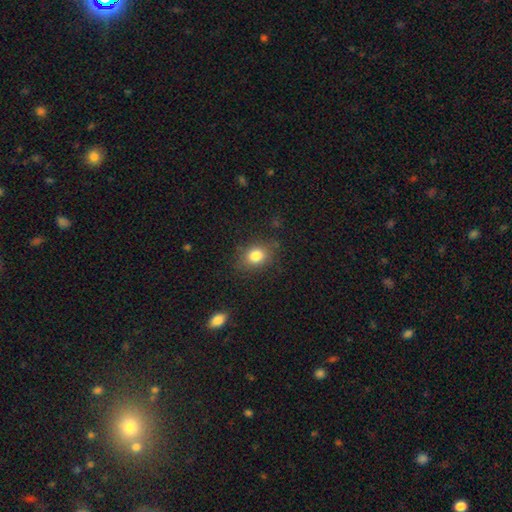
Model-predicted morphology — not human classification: smooth-or-featured: smooth: 82% | star or artifact: 10% | featured or disk: 8%
  how-rounded: in between: 58% | round: 40% | cigar-shaped: 1%
  merging: none: 79% | minor disturbance: 15% | major disturbance: 5% | merger: 2%